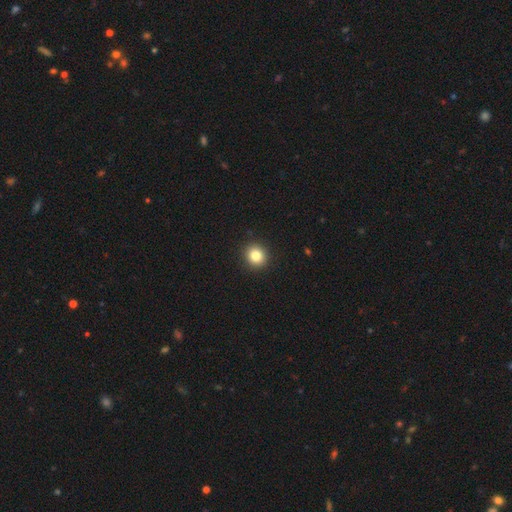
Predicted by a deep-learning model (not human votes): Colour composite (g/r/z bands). It shows a smooth galaxy with no disk features (83%) that is round (87%). Merging: none (92%).